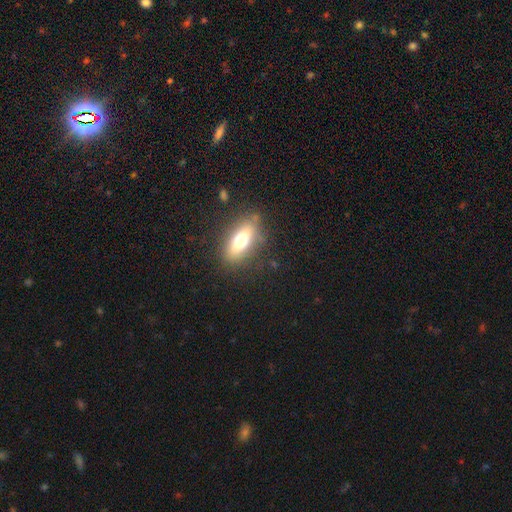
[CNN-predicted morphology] smooth_or_featured: smooth (p=0.45) [alt: featured or disk p=0.40]
merging: none (p=0.86) [alt: minor disturbance p=0.09]